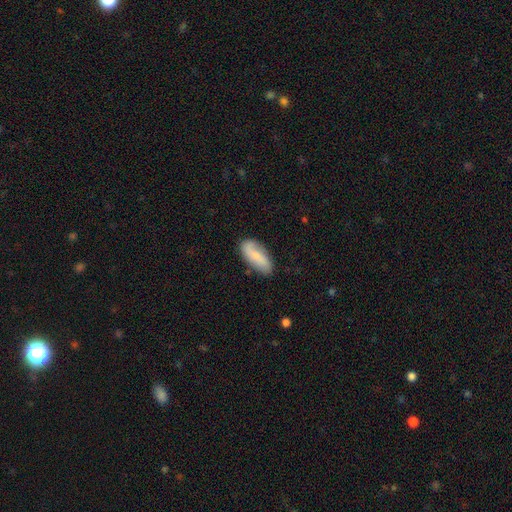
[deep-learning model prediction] Q: Smooth or featured?
A: smooth (65%); runner-up: featured or disk (28%)
Q: How rounded?
A: in between (82%); runner-up: cigar-shaped (15%)
Q: Merging?
A: none (75%); runner-up: minor disturbance (19%)